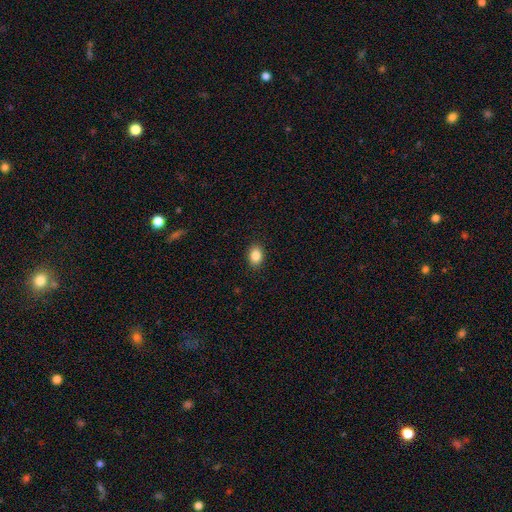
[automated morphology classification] smooth 87%, star or artifact 9%, featured or disk 5%. Down the decision tree: how rounded — in between (70%); merging — none (90%).